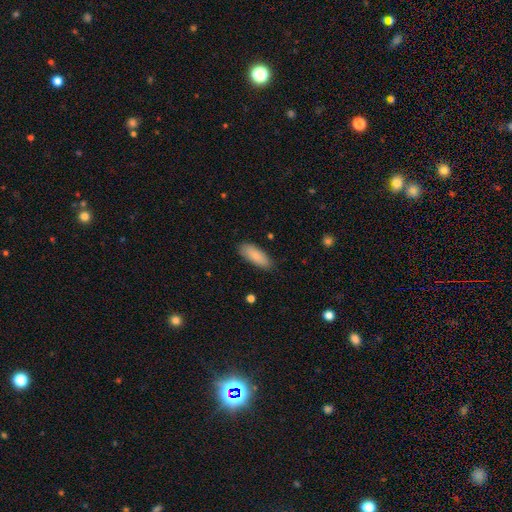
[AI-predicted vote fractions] smooth_or_featured: smooth (p=0.85) [alt: featured or disk p=0.09]
how_rounded: in between (p=0.75) [alt: cigar-shaped p=0.24]
merging: none (p=0.84) [alt: minor disturbance p=0.12]